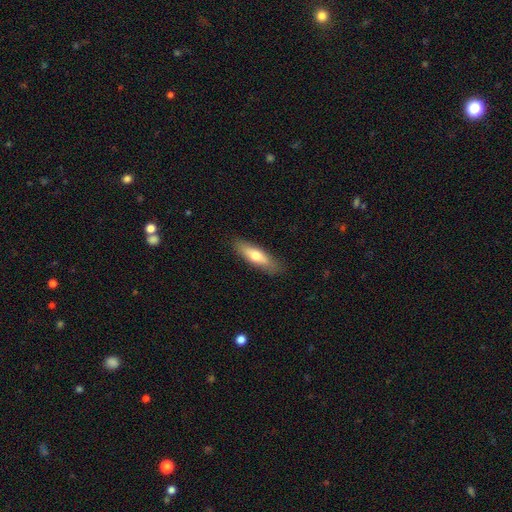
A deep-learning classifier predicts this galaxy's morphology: Smooth or featured: smooth — 65% (featured or disk — 30%)
How rounded: cigar-shaped — 55% (in between — 42%)
Merging: none — 85% (minor disturbance — 11%)